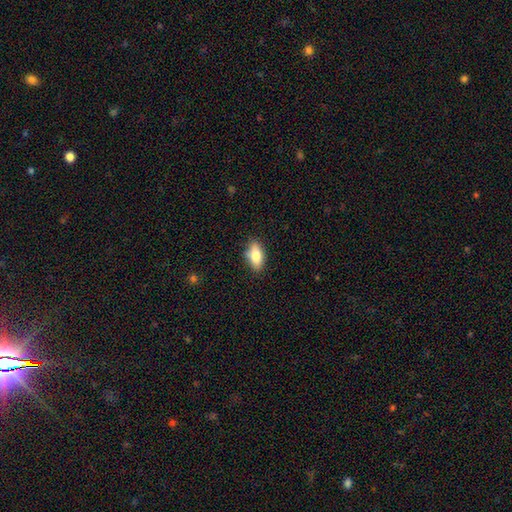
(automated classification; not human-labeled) Smooth or featured? Predicted: smooth (p=0.77). How rounded? Predicted: in between (p=0.84). Merging? Predicted: none (p=0.82).